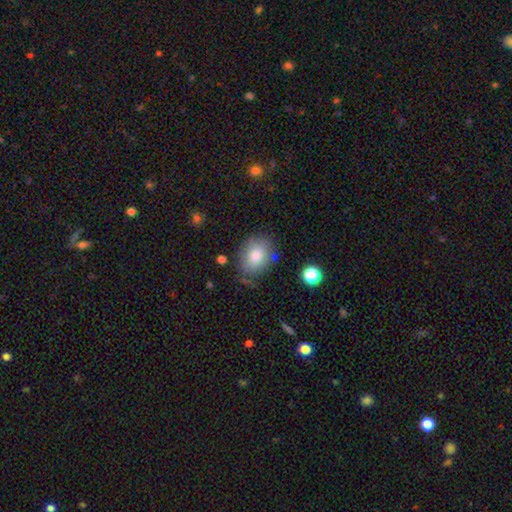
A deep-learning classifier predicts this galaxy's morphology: Overall: smooth (79%). How rounded: in between (59%; round 40%). Merging: none (68%).